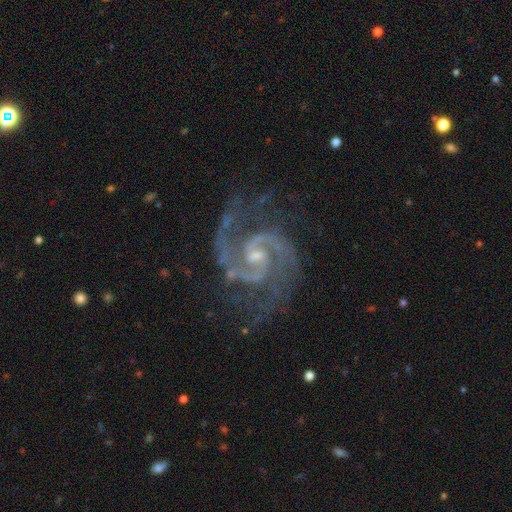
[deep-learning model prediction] A featured or disk galaxy (94%) with a weak bar (48%), 2 (91%) medium (65%) spiral arms (99%) and a small central bulge (62%). Merging: none (75%).